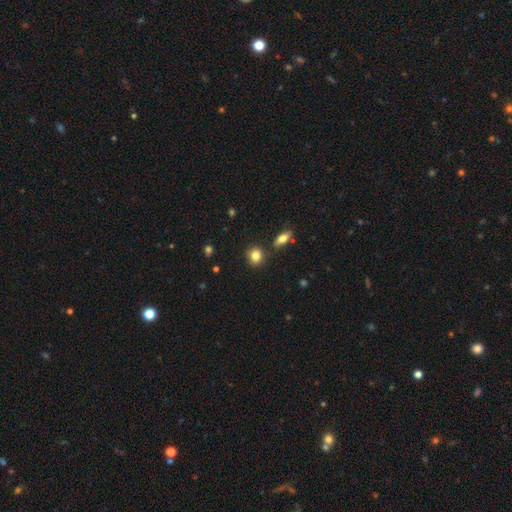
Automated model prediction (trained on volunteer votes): smooth 83%, star or artifact 10%, featured or disk 7%. Down the decision tree: how rounded — round (78%); merging — none (82%).